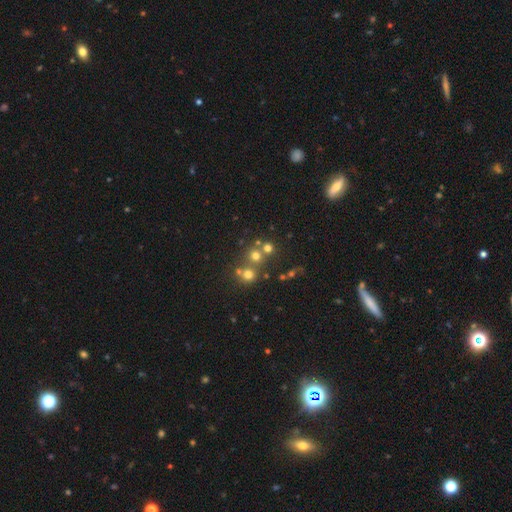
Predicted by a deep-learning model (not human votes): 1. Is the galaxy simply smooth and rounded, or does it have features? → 62% smooth, 25% star or artifact, 13% featured or disk.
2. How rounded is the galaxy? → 88% round, 11% in between, 1% cigar-shaped.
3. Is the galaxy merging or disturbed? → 58% none, 32% merger, 7% minor disturbance, 3% major disturbance.